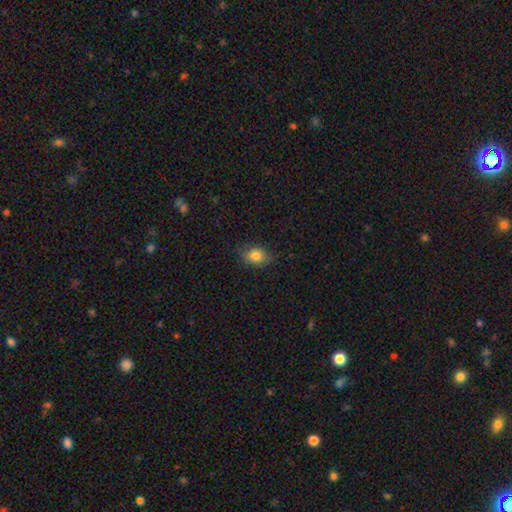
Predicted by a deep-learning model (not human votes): Q: Smooth or featured?
A: smooth (81%); runner-up: featured or disk (10%)
Q: How rounded?
A: in between (68%); runner-up: round (31%)
Q: Merging?
A: none (76%); runner-up: minor disturbance (19%)